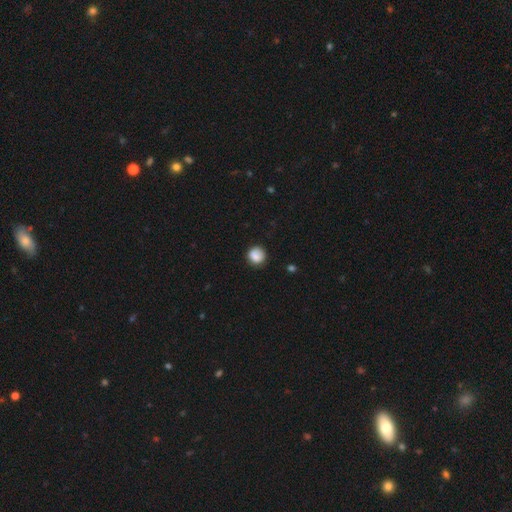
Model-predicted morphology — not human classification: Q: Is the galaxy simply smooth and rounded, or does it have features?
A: smooth — 85%.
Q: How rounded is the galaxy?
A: round — 89%.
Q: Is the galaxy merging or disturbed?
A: none — 81%.